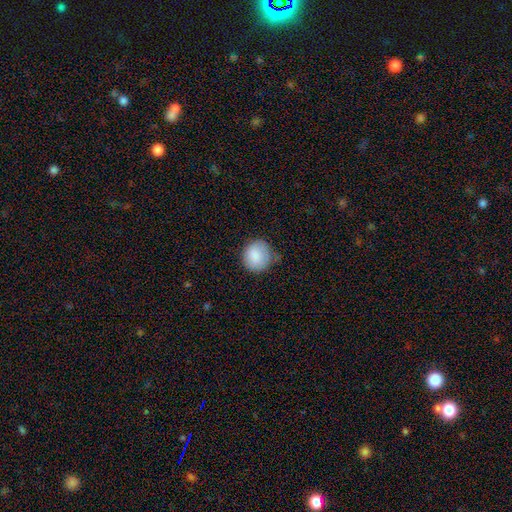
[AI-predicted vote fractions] Smooth or featured?
  - smooth: 86% *
  - star or artifact: 7%
  - featured or disk: 7%
How rounded?
  - round: 86% *
  - in between: 13%
  - cigar-shaped: 1%
Merging?
  - none: 65% *
  - minor disturbance: 26%
  - major disturbance: 6%
  - merger: 2%